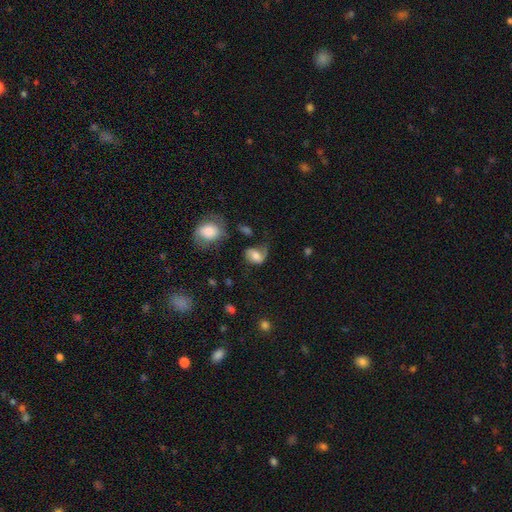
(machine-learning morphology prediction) A smooth galaxy with no disk features (50%) that is in between round and cigar-shaped (61%).

Vote fractions:
- Smooth or featured? smooth: 50% / featured or disk: 40% / star or artifact: 10%
- How rounded? in between: 61% / round: 37% / cigar-shaped: 1%
- Merging? major disturbance: 35% / none: 33% / minor disturbance: 25% / merger: 7%